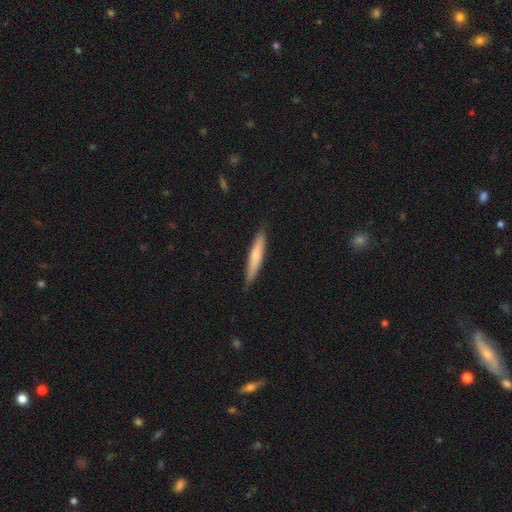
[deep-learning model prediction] Smooth or featured: smooth — 65% (featured or disk — 29%)
How rounded: cigar-shaped — 91% (in between — 7%)
Merging: none — 87% (minor disturbance — 10%)